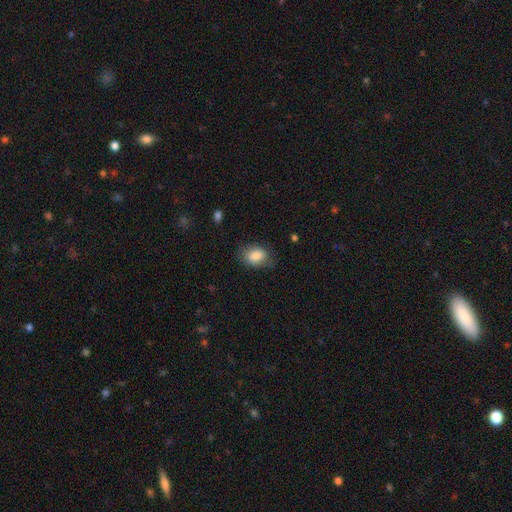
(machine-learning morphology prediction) This is clearly a smooth galaxy (85%). How rounded: likely in between (78%). Merging: likely none (73%).